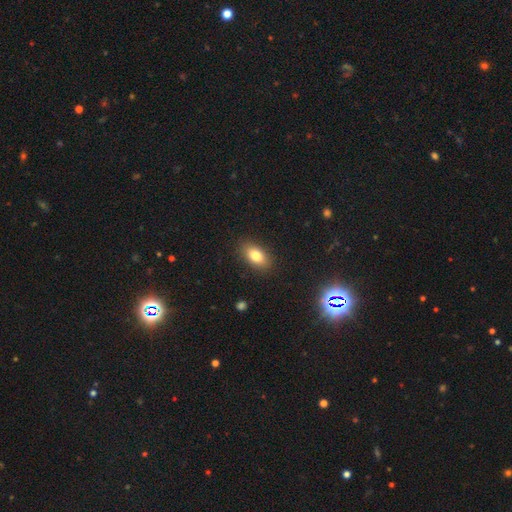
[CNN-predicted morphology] smooth-or-featured: smooth: 81% | featured or disk: 11% | star or artifact: 9%
  how-rounded: in between: 89% | round: 8% | cigar-shaped: 4%
  merging: none: 87% | minor disturbance: 9% | major disturbance: 2% | merger: 1%